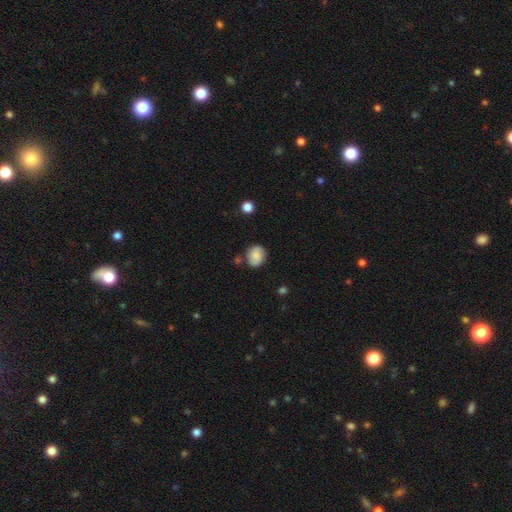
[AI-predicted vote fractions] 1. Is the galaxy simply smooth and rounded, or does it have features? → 67% smooth, 23% featured or disk, 9% star or artifact.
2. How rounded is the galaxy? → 60% round, 39% in between, 1% cigar-shaped.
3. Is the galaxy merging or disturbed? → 73% none, 17% minor disturbance, 5% merger, 5% major disturbance.